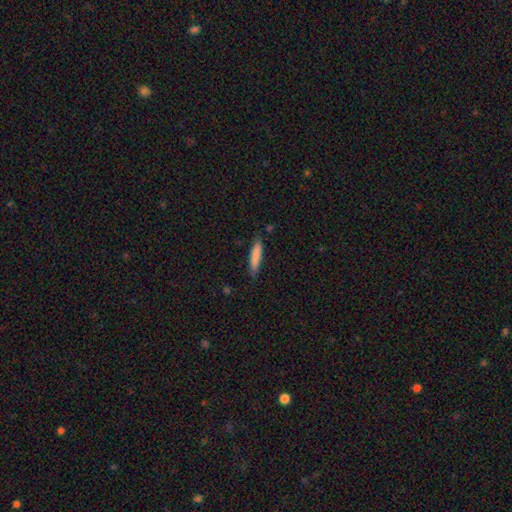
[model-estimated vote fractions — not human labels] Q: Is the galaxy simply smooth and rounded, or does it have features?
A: smooth — 82%.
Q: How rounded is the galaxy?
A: cigar-shaped — 86%.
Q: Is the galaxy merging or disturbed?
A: none — 82%.